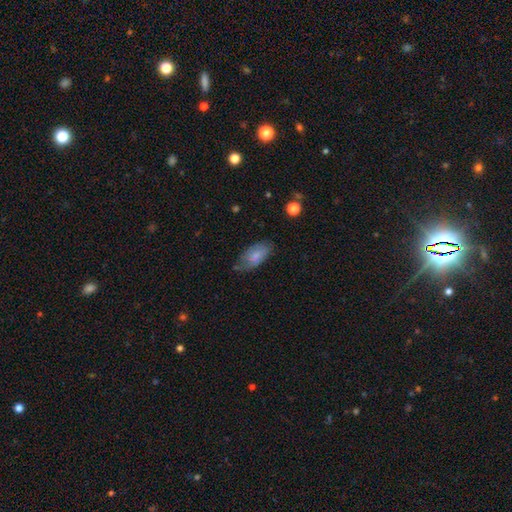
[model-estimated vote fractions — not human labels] The model was most divided on "merging": none: 56%, minor disturbance: 32%, major disturbance: 10%, merger: 2%. More confident: how rounded — in between (92%); smooth or featured — smooth (69%).